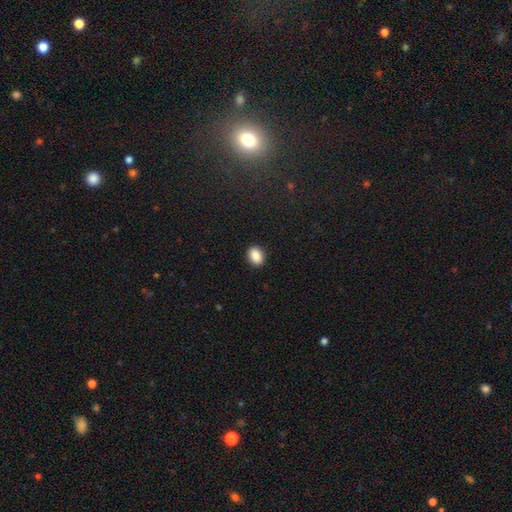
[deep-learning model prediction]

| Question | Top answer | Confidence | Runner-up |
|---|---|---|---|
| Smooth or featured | smooth | 88% | star or artifact (8%) |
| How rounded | in between | 64% | round (35%) |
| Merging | none | 90% | minor disturbance (7%) |